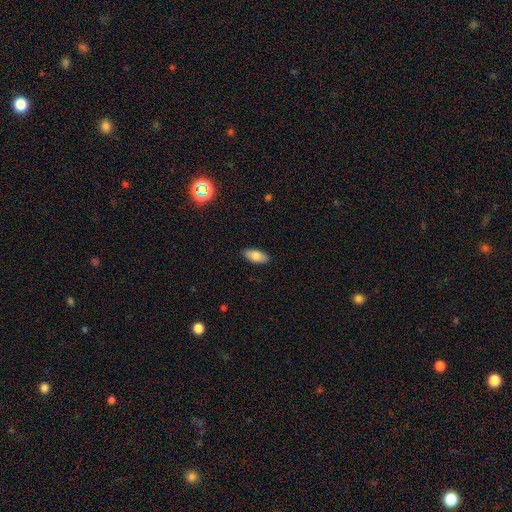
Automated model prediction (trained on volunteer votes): Overall: smooth (81%). How rounded: in between (87%). Merging: none (89%).